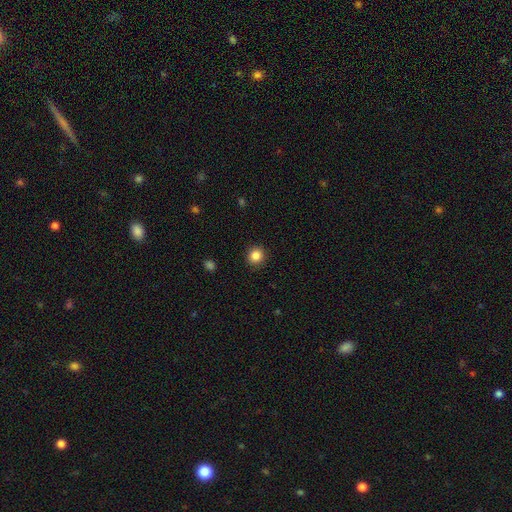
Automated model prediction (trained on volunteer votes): This is clearly a smooth galaxy (85%). How rounded: clearly round (92%). Merging: clearly none (91%).